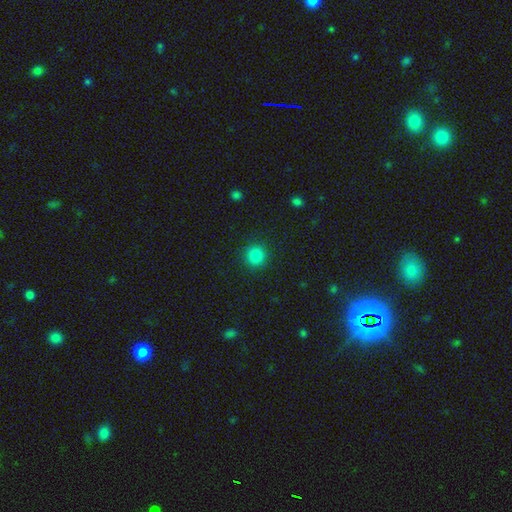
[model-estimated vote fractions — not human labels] The model was most divided on "smooth or featured": smooth: 84%, star or artifact: 12%, featured or disk: 4%. More confident: how rounded — round (93%); merging — none (91%).